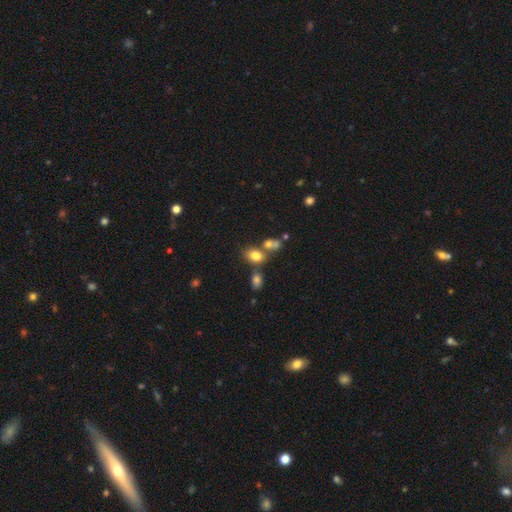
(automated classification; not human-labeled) Smooth or featured? Predicted: smooth (p=0.77). How rounded? Predicted: in between (p=0.70). Merging? Predicted: none (p=0.47).